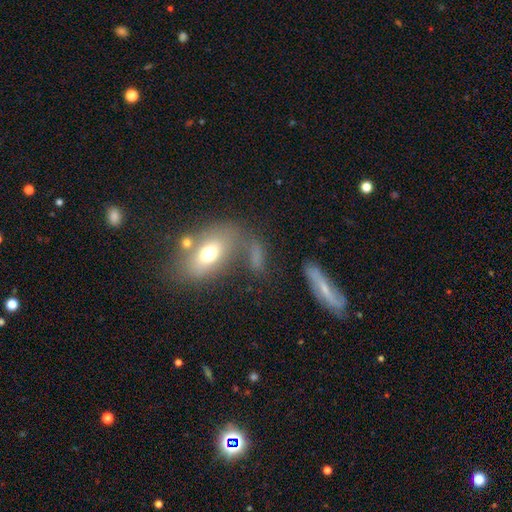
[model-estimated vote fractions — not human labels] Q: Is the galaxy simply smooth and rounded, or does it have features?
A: smooth — 59%.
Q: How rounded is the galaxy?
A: in between — 73%.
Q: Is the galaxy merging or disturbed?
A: none — 46%.